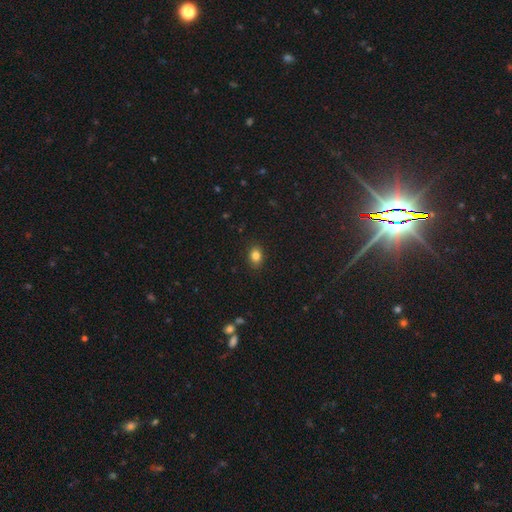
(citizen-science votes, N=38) smooth_or_featured: smooth (p=0.84) [alt: featured or disk p=0.08]
how_rounded: in between (p=0.59) [alt: round p=0.38]
merging: none (p=0.97) [alt: minor disturbance p=0.03]